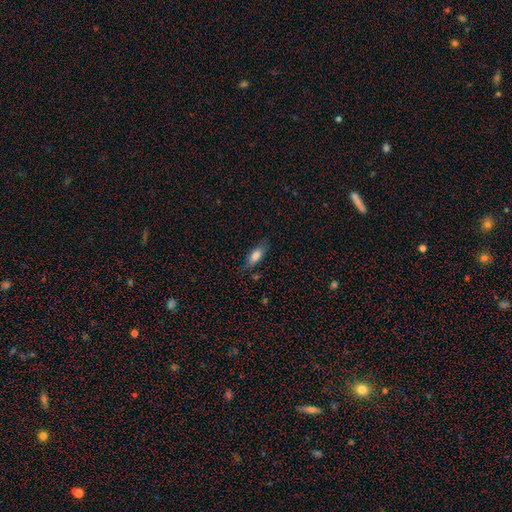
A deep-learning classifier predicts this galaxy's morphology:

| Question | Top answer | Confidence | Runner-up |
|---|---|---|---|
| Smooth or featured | smooth | 79% | featured or disk (13%) |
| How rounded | in between | 76% | cigar-shaped (21%) |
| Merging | none | 74% | minor disturbance (19%) |